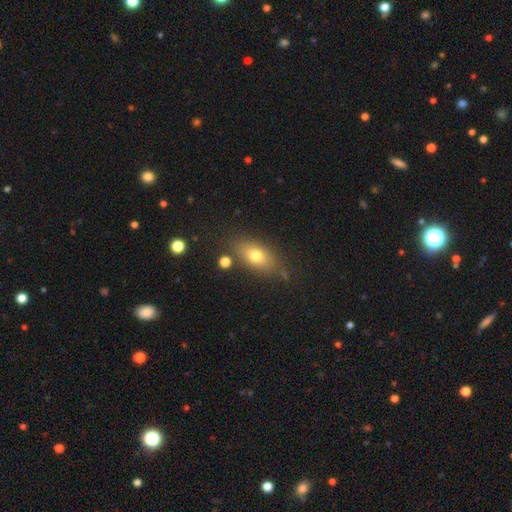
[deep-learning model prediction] Smooth or featured: smooth — 73% (featured or disk — 17%)
How rounded: in between — 80% (round — 13%)
Merging: none — 76% (minor disturbance — 15%)